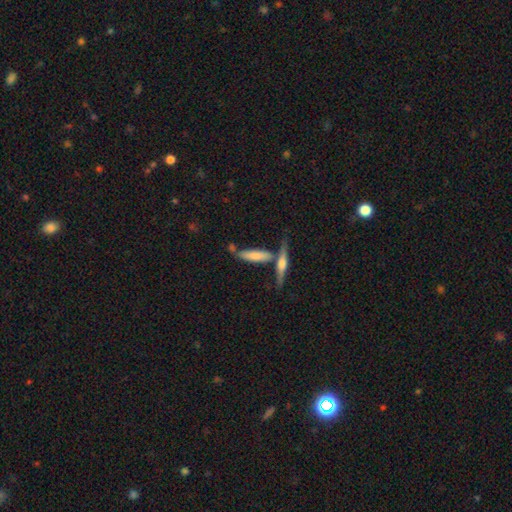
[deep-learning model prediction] smooth-or-featured: smooth: 62% | featured or disk: 31% | star or artifact: 7%
  how-rounded: cigar-shaped: 64% | in between: 34% | round: 2%
  merging: none: 50% | merger: 30% | minor disturbance: 15% | major disturbance: 5%